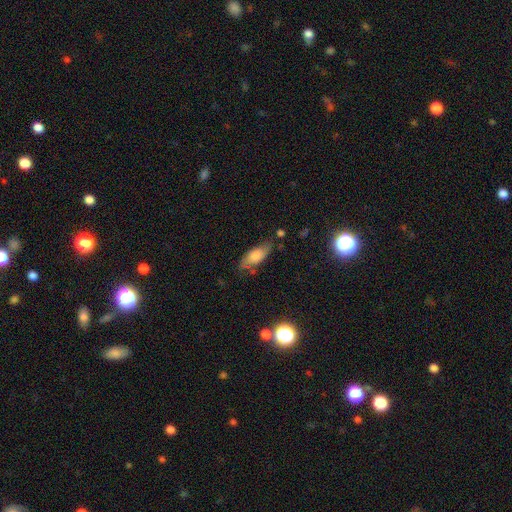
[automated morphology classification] Smooth or featured?
  - smooth: 73% *
  - featured or disk: 19%
  - star or artifact: 8%
How rounded?
  - in between: 77% *
  - cigar-shaped: 20%
  - round: 3%
Merging?
  - none: 65% *
  - minor disturbance: 24%
  - major disturbance: 6%
  - merger: 4%